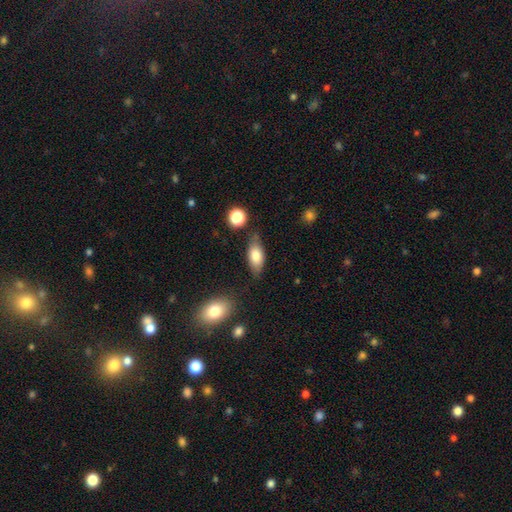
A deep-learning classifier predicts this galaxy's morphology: This appears to be a smooth galaxy with no disk features (76%) that is in between round and cigar-shaped (84%). Merging: none (69%).